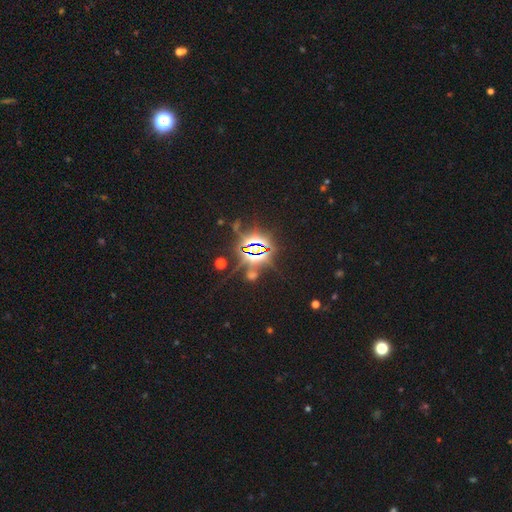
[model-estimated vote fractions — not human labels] smooth-or-featured: star or artifact: 84% | smooth: 9% | featured or disk: 7%